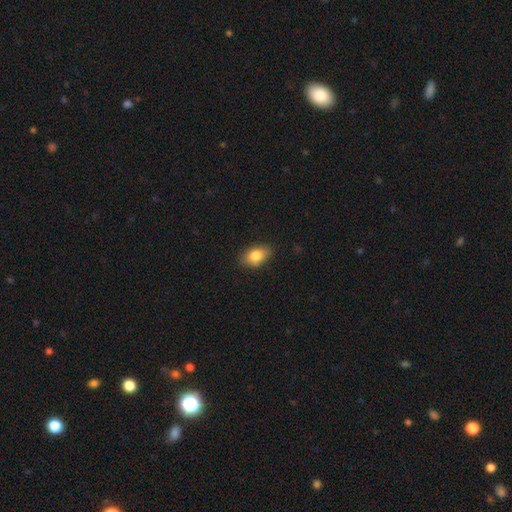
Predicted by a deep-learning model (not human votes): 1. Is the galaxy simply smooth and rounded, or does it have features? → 82% smooth, 10% featured or disk, 8% star or artifact.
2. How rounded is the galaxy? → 85% in between, 13% round, 2% cigar-shaped.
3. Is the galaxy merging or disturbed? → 83% none, 13% minor disturbance, 3% major disturbance, 1% merger.